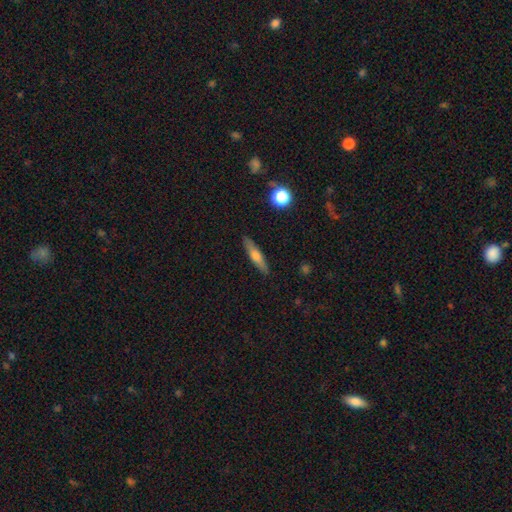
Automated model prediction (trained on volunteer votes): Smooth or featured? smooth (50%)
How rounded? cigar-shaped (83%)
Merging? none (90%)